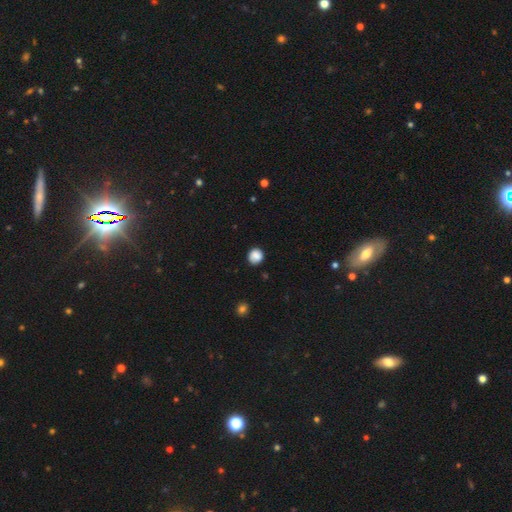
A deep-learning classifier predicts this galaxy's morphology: Smooth or featured?
  - smooth: 86% *
  - star or artifact: 10%
  - featured or disk: 4%
How rounded?
  - round: 86% *
  - in between: 13%
  - cigar-shaped: 1%
Merging?
  - none: 83% *
  - minor disturbance: 12%
  - major disturbance: 3%
  - merger: 1%